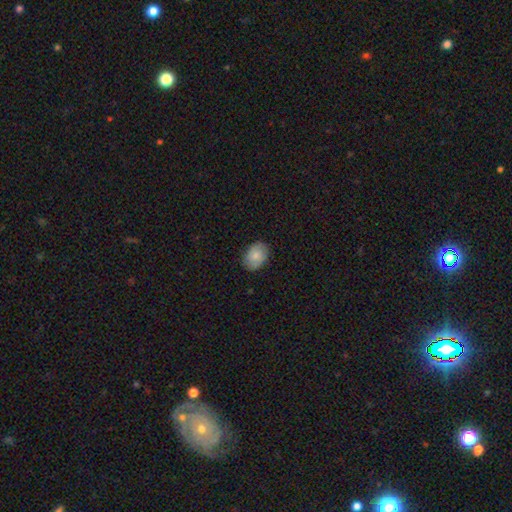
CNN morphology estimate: Smooth or featured?
  - smooth: 77% *
  - featured or disk: 16%
  - star or artifact: 7%
How rounded?
  - in between: 80% *
  - round: 19%
  - cigar-shaped: 1%
Merging?
  - none: 82% *
  - minor disturbance: 14%
  - major disturbance: 3%
  - merger: 1%